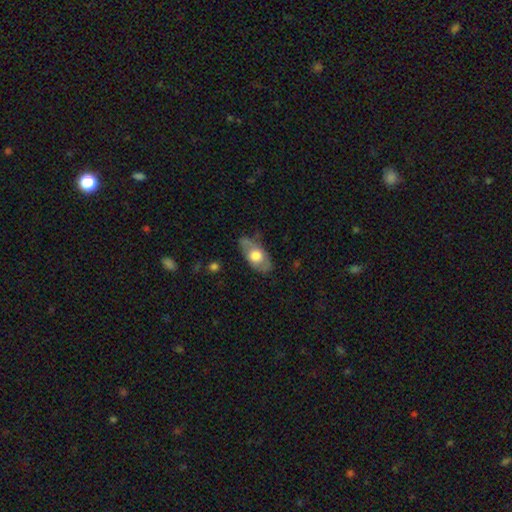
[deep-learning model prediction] Q: Smooth or featured?
A: smooth (56%); runner-up: featured or disk (39%)
Q: How rounded?
A: in between (88%); runner-up: round (6%)
Q: Merging?
A: none (65%); runner-up: minor disturbance (26%)